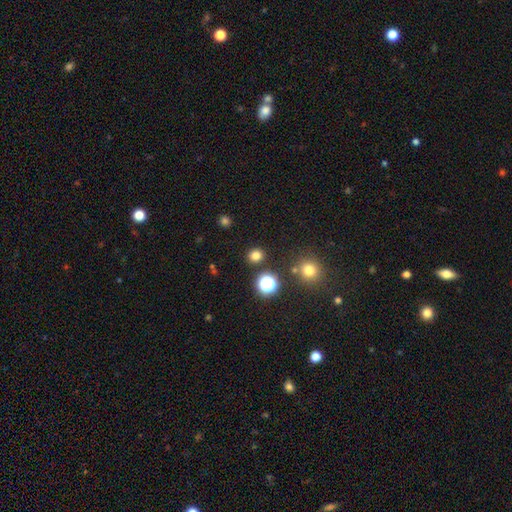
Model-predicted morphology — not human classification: This is likely a smooth galaxy (76%). How rounded: clearly round (85%). Merging: clearly none (88%).